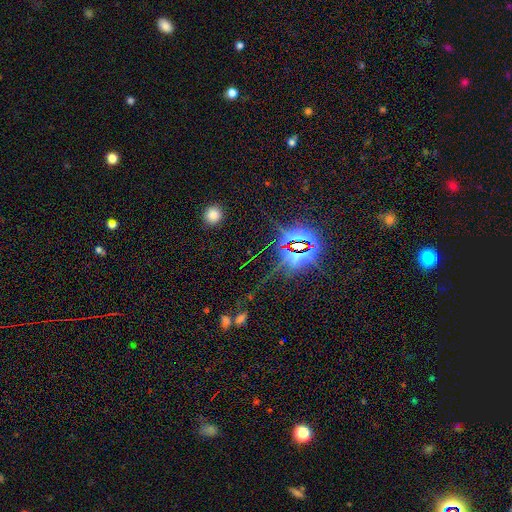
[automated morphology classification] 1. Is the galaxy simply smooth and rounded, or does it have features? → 73% star or artifact, 17% smooth, 10% featured or disk.